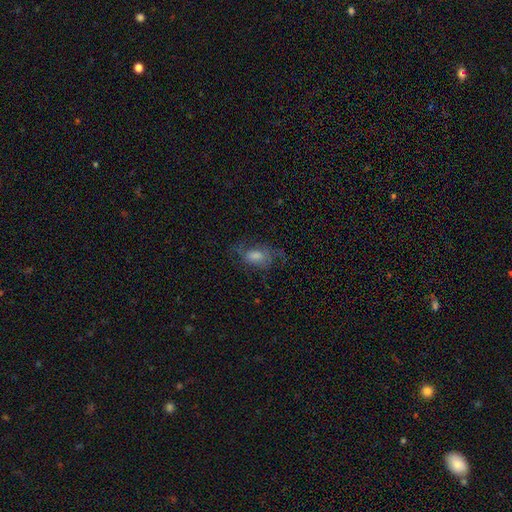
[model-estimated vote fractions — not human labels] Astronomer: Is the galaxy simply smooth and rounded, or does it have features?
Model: featured or disk — 48% (runner-up: smooth, 35%).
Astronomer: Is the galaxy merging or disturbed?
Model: none — 61%.